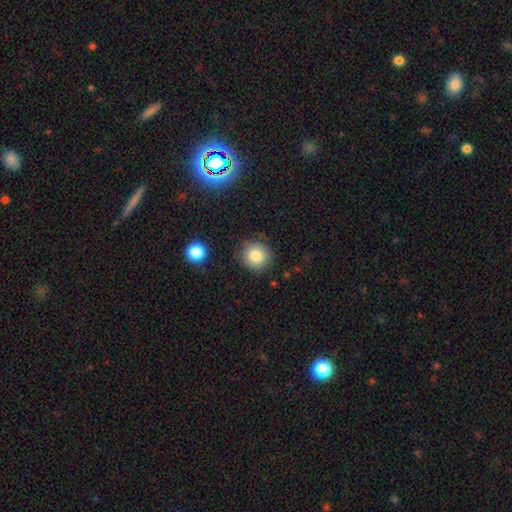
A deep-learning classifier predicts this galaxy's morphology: Q: Smooth or featured?
A: smooth (83%); runner-up: star or artifact (10%)
Q: How rounded?
A: round (93%); runner-up: in between (6%)
Q: Merging?
A: none (85%); runner-up: minor disturbance (10%)